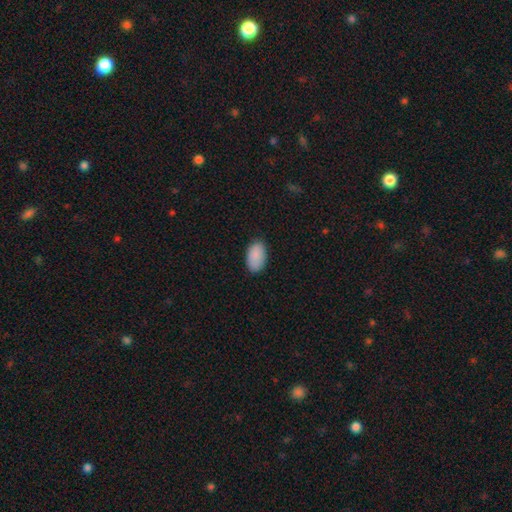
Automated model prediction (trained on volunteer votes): Smooth or featured?
  - smooth: 90% *
  - star or artifact: 7%
  - featured or disk: 4%
How rounded?
  - in between: 95% *
  - round: 4%
  - cigar-shaped: 1%
Merging?
  - none: 85% *
  - minor disturbance: 12%
  - major disturbance: 2%
  - merger: 1%